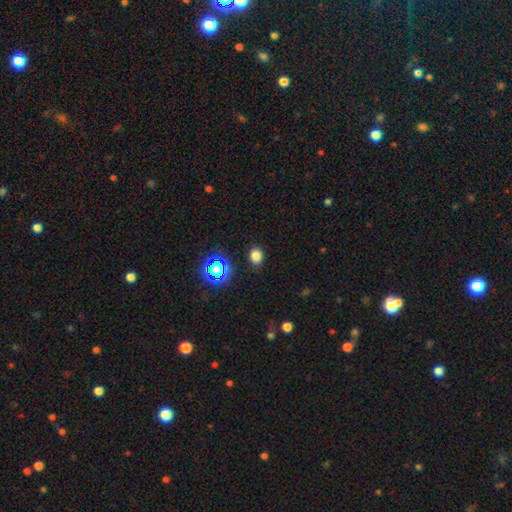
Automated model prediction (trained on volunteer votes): Morphology: type=smooth (77%); roundness=round (50%); merging=none (88%).